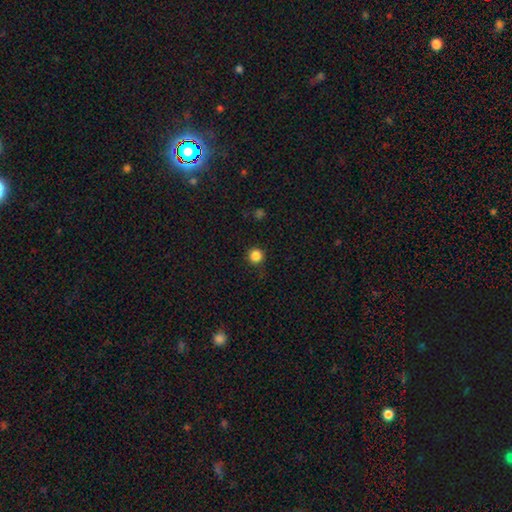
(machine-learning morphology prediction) Smooth or featured: smooth — 85% (star or artifact — 12%)
How rounded: round — 96% (in between — 3%)
Merging: none — 89% (minor disturbance — 7%)